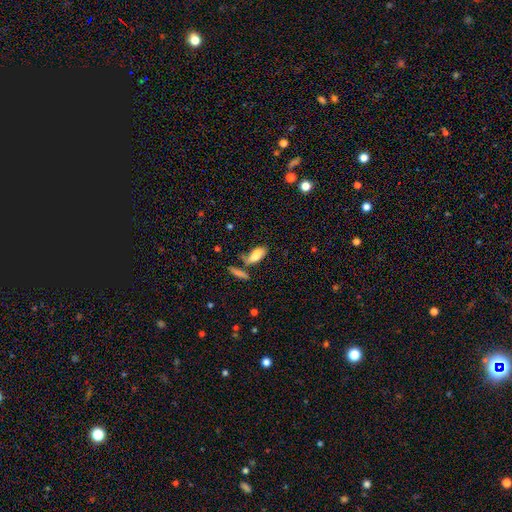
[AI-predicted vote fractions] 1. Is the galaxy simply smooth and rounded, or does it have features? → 75% smooth, 18% featured or disk, 8% star or artifact.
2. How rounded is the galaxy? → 81% in between, 16% cigar-shaped, 3% round.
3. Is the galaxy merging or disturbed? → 46% none, 24% merger, 20% minor disturbance, 10% major disturbance.